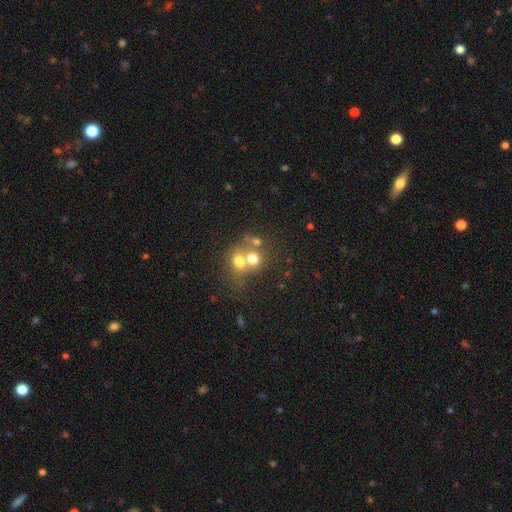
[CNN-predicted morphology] A smooth galaxy with no disk features (53%) that is round (73%).

Vote fractions:
- Smooth or featured? smooth: 53% / featured or disk: 24% / star or artifact: 23%
- How rounded? round: 73% / in between: 26% / cigar-shaped: 1%
- Merging? merger: 56% / none: 33% / minor disturbance: 7% / major disturbance: 4%